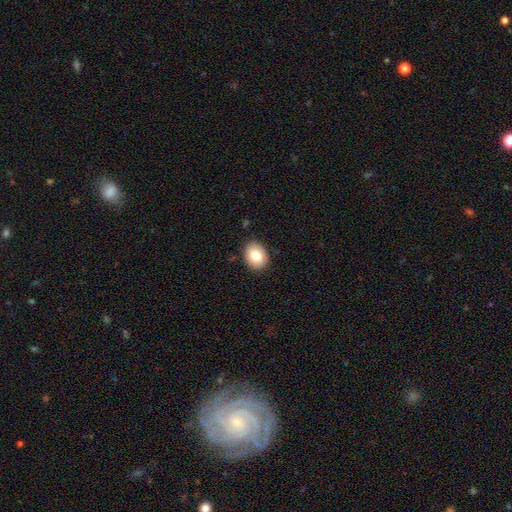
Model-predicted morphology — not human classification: Smooth or featured? Predicted: smooth (p=0.79). How rounded? Predicted: in between (p=0.58). Merging? Predicted: none (p=0.87).